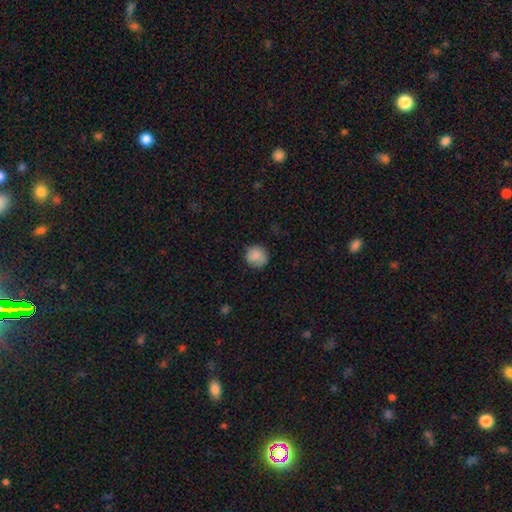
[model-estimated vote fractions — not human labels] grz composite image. It shows a smooth galaxy with no disk features (82%) that is round (88%). Merging: none (77%).